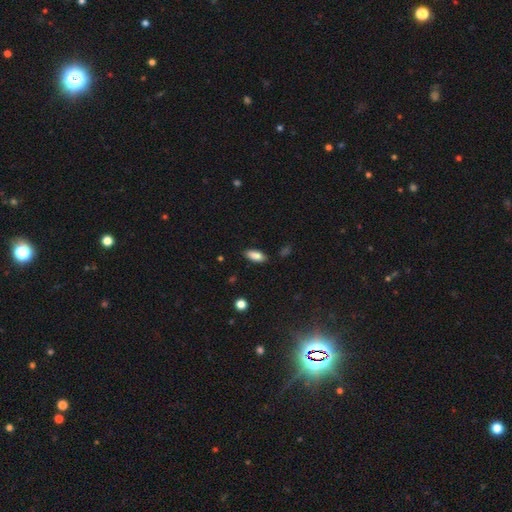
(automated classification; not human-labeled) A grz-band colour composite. It shows a smooth galaxy with no disk features (87%) that is in between round and cigar-shaped (84%). Merging: none (86%).